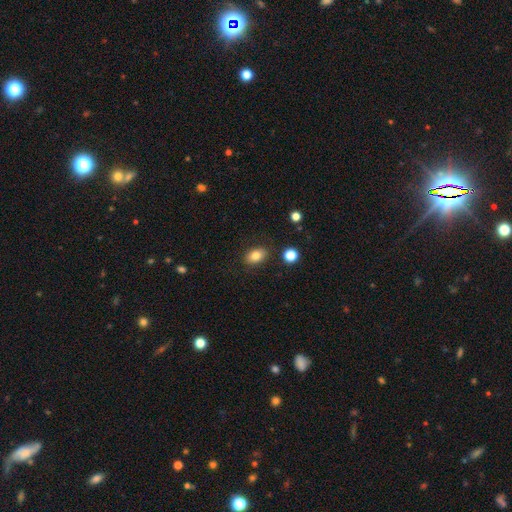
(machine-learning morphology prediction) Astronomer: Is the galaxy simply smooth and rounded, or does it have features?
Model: smooth — 82%.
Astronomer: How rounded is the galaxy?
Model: in between — 83%.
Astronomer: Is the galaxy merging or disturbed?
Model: none — 86%.